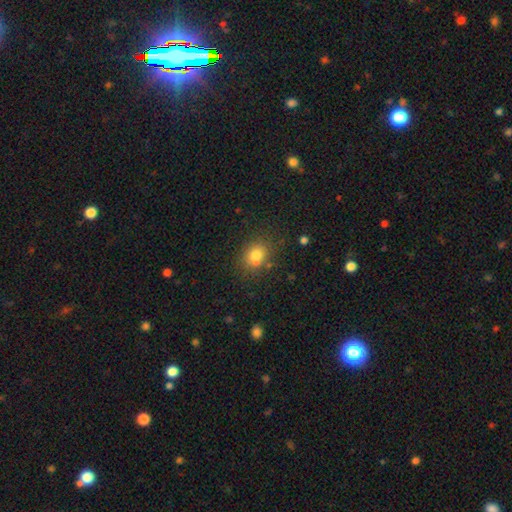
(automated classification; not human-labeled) A smooth galaxy with no disk features (80%) that is in between round and cigar-shaped (51%). Merging: none (76%).